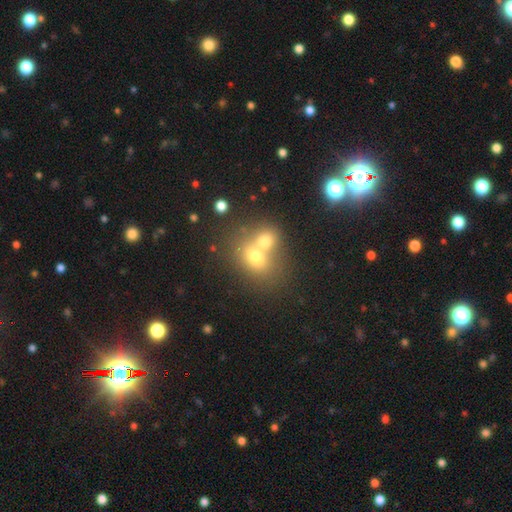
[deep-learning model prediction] The model was most divided on "how rounded": in between: 54%, round: 44%, cigar-shaped: 1%. More confident: smooth or featured — smooth (67%); merging — merger (64%).